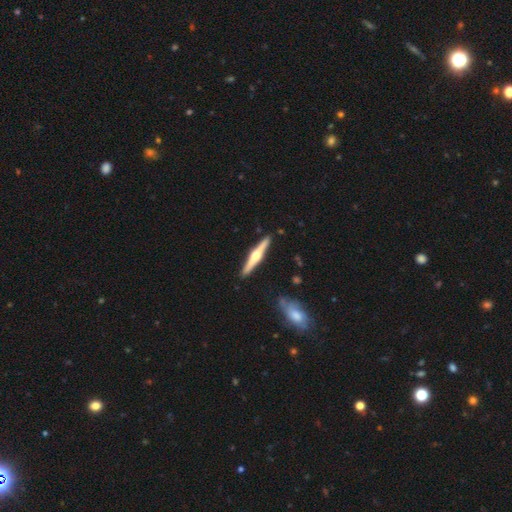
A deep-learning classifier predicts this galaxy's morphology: Overall: featured or disk (73%). Edge-on disk: yes (98%). Edge-on bulge: rounded (93%). Merging: none (90%).